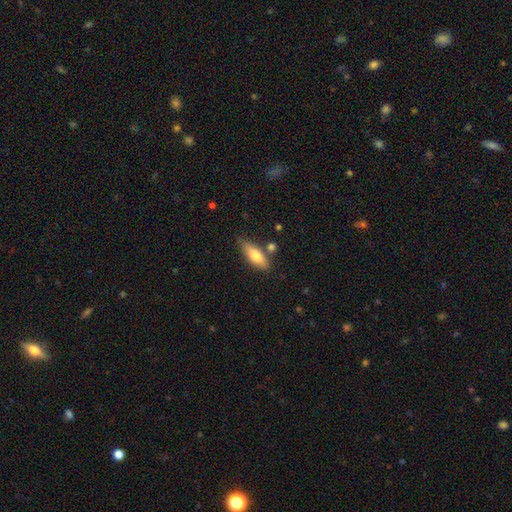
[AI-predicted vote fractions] A smooth galaxy with no disk features (68%) that is in between round and cigar-shaped (58%).

Vote fractions:
- Smooth or featured? smooth: 68% / featured or disk: 26% / star or artifact: 6%
- How rounded? in between: 58% / cigar-shaped: 40% / round: 3%
- Merging? none: 72% / minor disturbance: 16% / merger: 8% / major disturbance: 3%